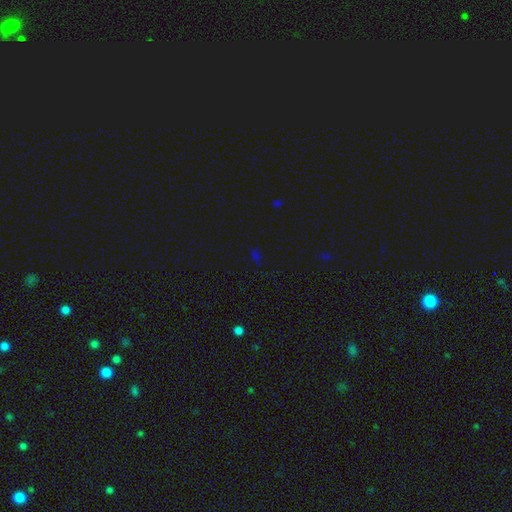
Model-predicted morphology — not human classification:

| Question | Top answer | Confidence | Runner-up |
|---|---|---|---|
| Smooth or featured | star or artifact | 63% | smooth (30%) |